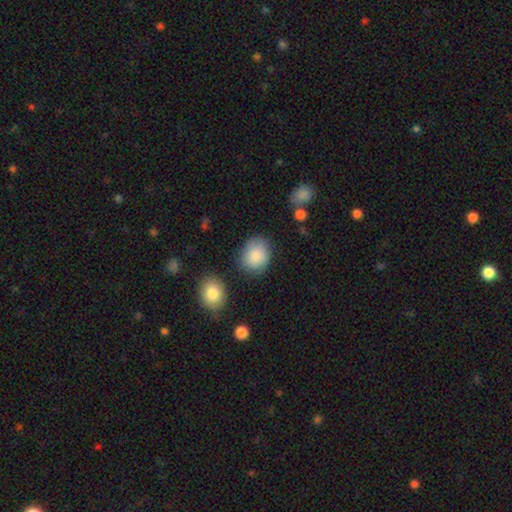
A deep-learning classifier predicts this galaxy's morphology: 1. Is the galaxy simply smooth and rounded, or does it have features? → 86% smooth, 7% star or artifact, 7% featured or disk.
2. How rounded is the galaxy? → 56% round, 43% in between, 1% cigar-shaped.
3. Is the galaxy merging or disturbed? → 77% none, 16% minor disturbance, 4% major disturbance, 4% merger.